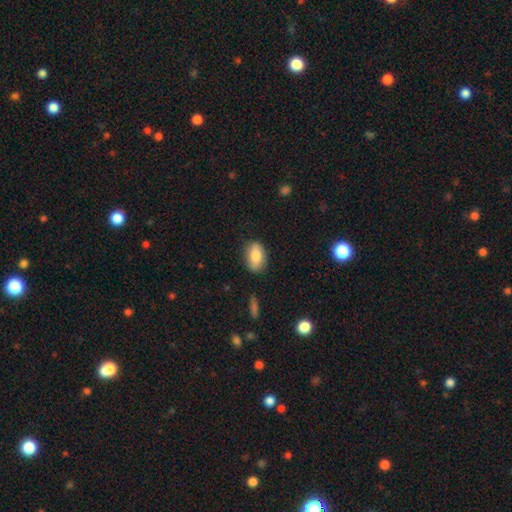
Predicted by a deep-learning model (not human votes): The model was most divided on "merging": none: 79%, minor disturbance: 16%, major disturbance: 3%, merger: 2%. More confident: how rounded — in between (89%); smooth or featured — smooth (83%).